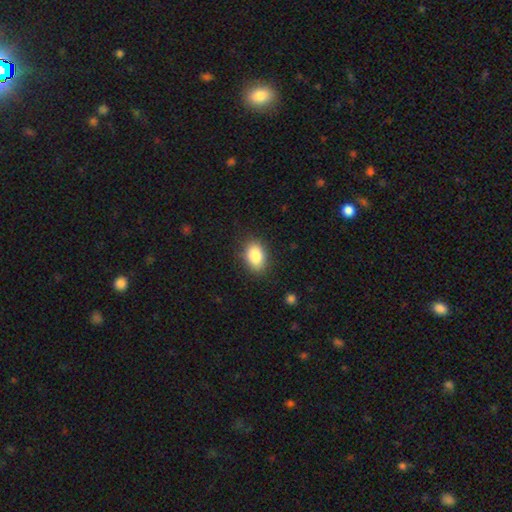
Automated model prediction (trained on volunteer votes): Smooth or featured?
  - smooth: 87% *
  - star or artifact: 8%
  - featured or disk: 6%
How rounded?
  - in between: 86% *
  - round: 12%
  - cigar-shaped: 1%
Merging?
  - none: 85% *
  - minor disturbance: 11%
  - major disturbance: 3%
  - merger: 1%